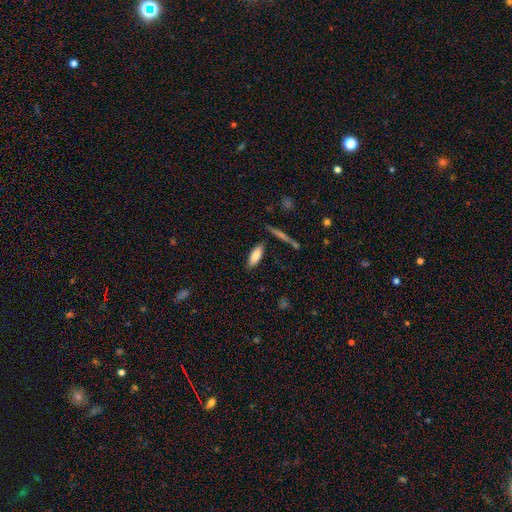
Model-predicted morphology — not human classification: A smooth galaxy with no disk features (81%) that is in between round and cigar-shaped (63%). Merging: none (82%).